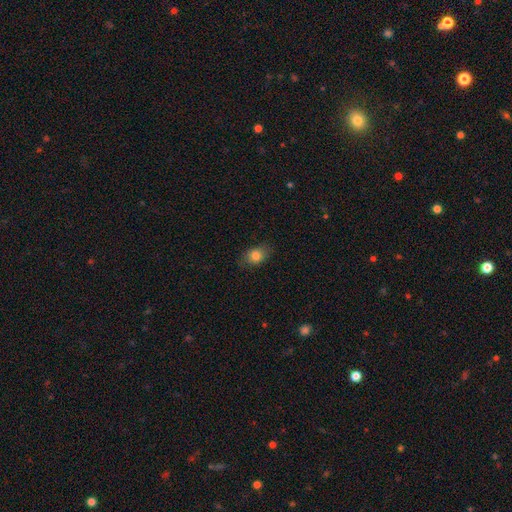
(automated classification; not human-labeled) A smooth galaxy with no disk features (81%) that is in between round and cigar-shaped (69%). Merging: none (78%).